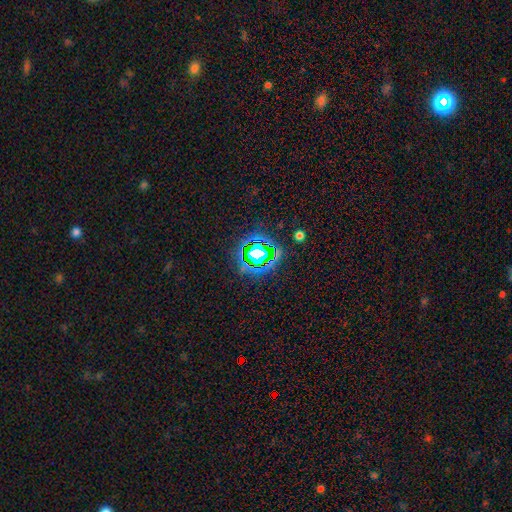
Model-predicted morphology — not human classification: smooth-or-featured: star or artifact: 71% | smooth: 17% | featured or disk: 11%